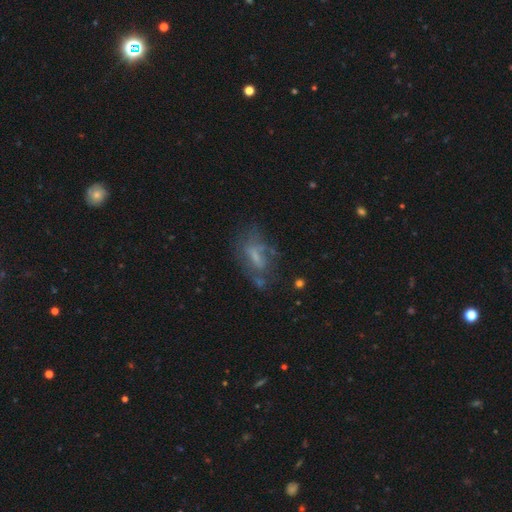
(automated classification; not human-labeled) smooth-or-featured: featured or disk: 51% | smooth: 36% | star or artifact: 13%
  disk-edge-on: no: 90% | yes: 10%
  merging: none: 49% | minor disturbance: 23% | major disturbance: 22% | merger: 7%